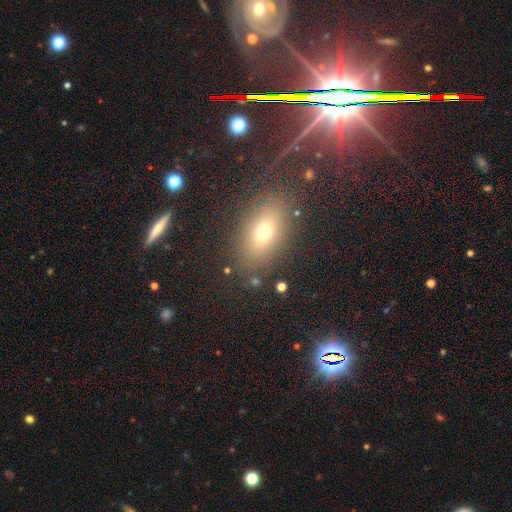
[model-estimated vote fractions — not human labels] Smooth or featured? Predicted: smooth (p=0.48). Merging? Predicted: none (p=0.84).